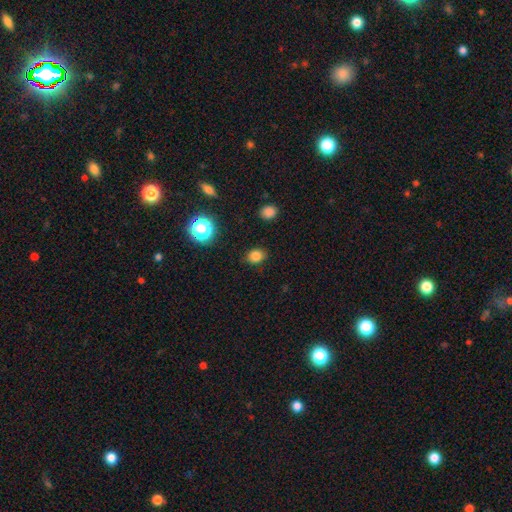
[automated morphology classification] Smooth or featured?
  - smooth: 81% *
  - star or artifact: 15%
  - featured or disk: 4%
How rounded?
  - round: 55% *
  - in between: 43%
  - cigar-shaped: 1%
Merging?
  - none: 86% *
  - minor disturbance: 10%
  - major disturbance: 3%
  - merger: 1%